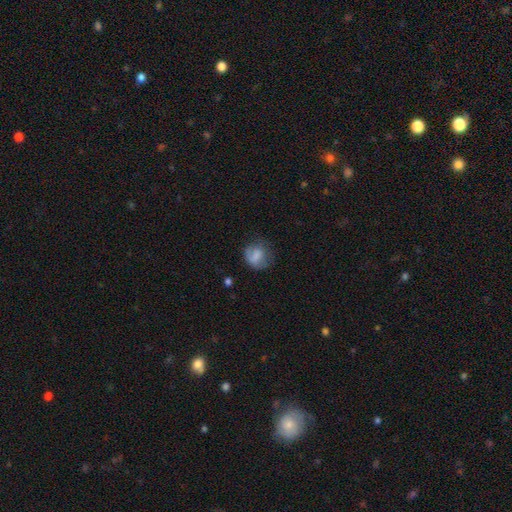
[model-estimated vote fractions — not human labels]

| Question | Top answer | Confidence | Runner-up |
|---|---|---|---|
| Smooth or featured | smooth | 69% | featured or disk (22%) |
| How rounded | round | 69% | in between (29%) |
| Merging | none | 51% | minor disturbance (27%) |